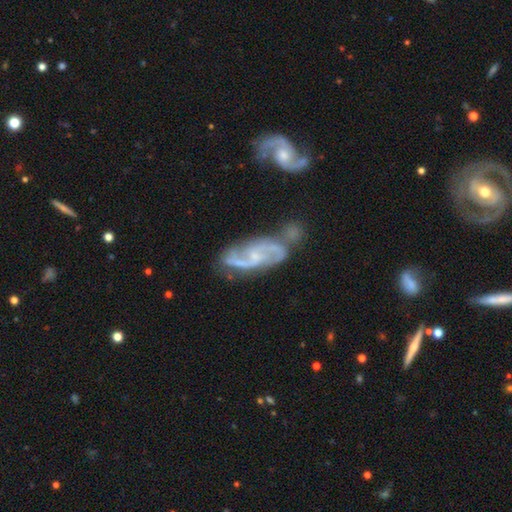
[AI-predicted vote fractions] smooth_or_featured: featured or disk (p=0.87) [alt: smooth p=0.07]
disk_edge_on: no (p=0.94) [alt: yes p=0.06]
bar: weak (p=0.47) [alt: no p=0.41]
has_spiral_arms: yes (p=0.96) [alt: no p=0.04]
spiral_winding: medium (p=0.50) [alt: loose p=0.31]
spiral_arm_count: 2 (p=0.80) [alt: can't tell p=0.07]
bulge_size: small (p=0.64) [alt: none p=0.17]
merging: none (p=0.51) [alt: minor disturbance p=0.20]